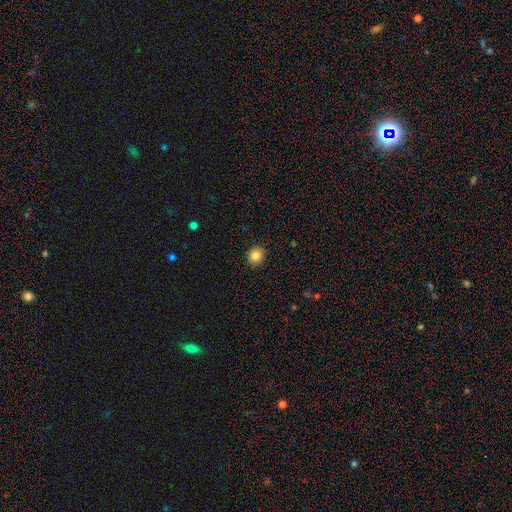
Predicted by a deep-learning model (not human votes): smooth_or_featured: smooth (p=0.83) [alt: star or artifact p=0.10]
how_rounded: round (p=0.88) [alt: in between p=0.11]
merging: none (p=0.92) [alt: minor disturbance p=0.05]